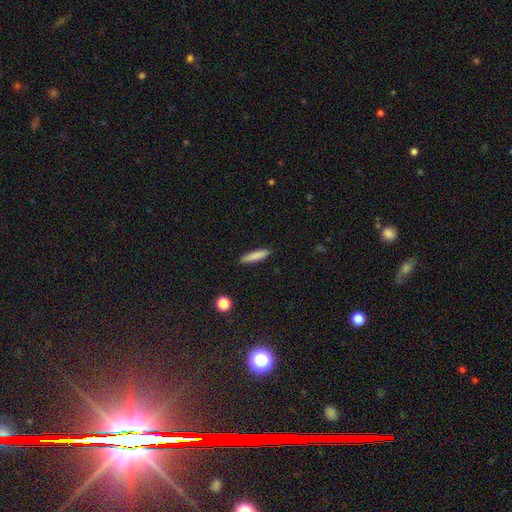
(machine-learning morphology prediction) Smooth or featured: smooth — 83% (featured or disk — 10%)
How rounded: cigar-shaped — 86% (in between — 12%)
Merging: none — 88% (minor disturbance — 9%)